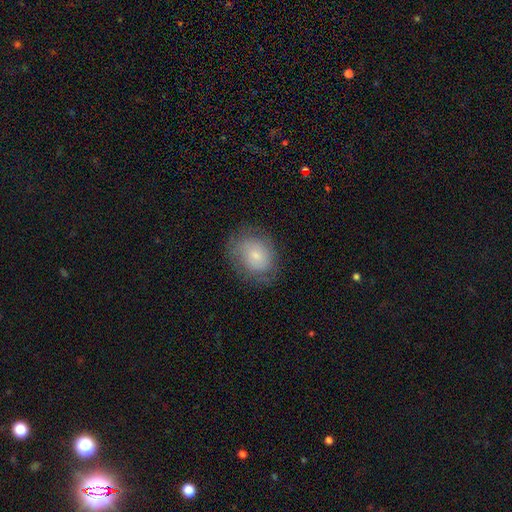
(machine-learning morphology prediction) Smooth or featured?
  - smooth: 63% *
  - featured or disk: 28%
  - star or artifact: 9%
How rounded?
  - round: 58% *
  - in between: 41%
  - cigar-shaped: 1%
Merging?
  - none: 71% *
  - minor disturbance: 19%
  - major disturbance: 9%
  - merger: 1%